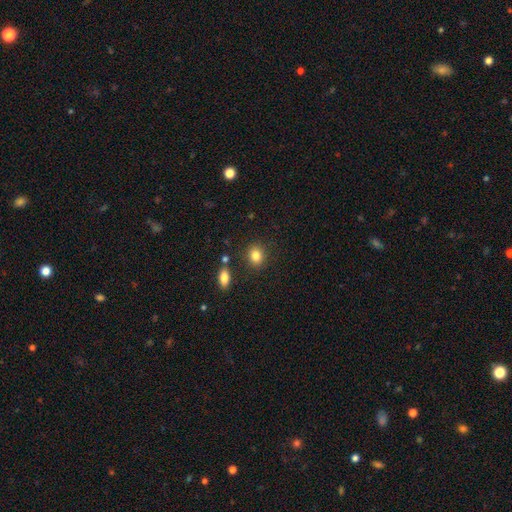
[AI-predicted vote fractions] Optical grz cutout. It shows a smooth galaxy with no disk features (84%) that is round (60%). Merging: none (84%).